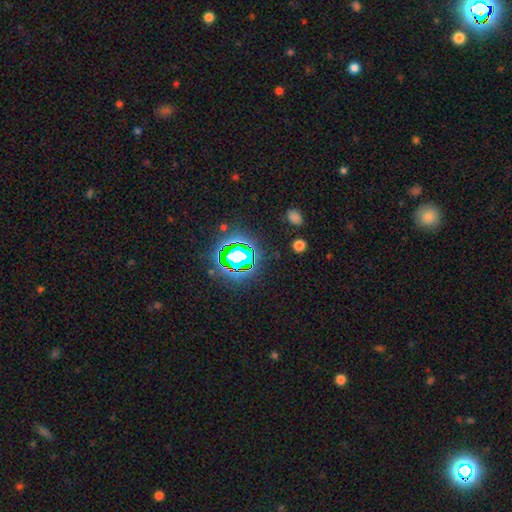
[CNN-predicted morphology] Q: Smooth or featured?
A: star or artifact (82%); runner-up: smooth (12%)